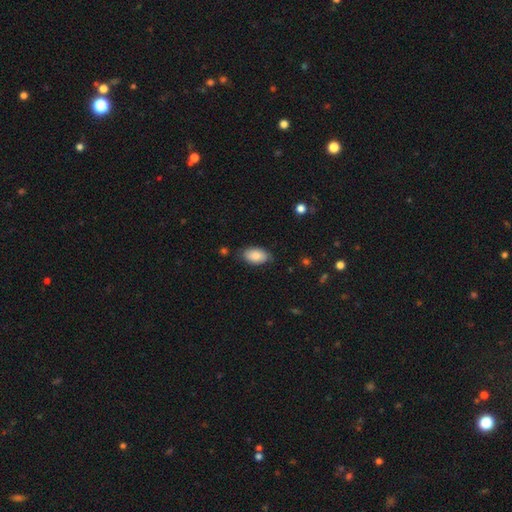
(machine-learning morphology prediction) smooth_or_featured: smooth (p=0.85) [alt: featured or disk p=0.09]
how_rounded: in between (p=0.94) [alt: round p=0.04]
merging: none (p=0.76) [alt: minor disturbance p=0.19]